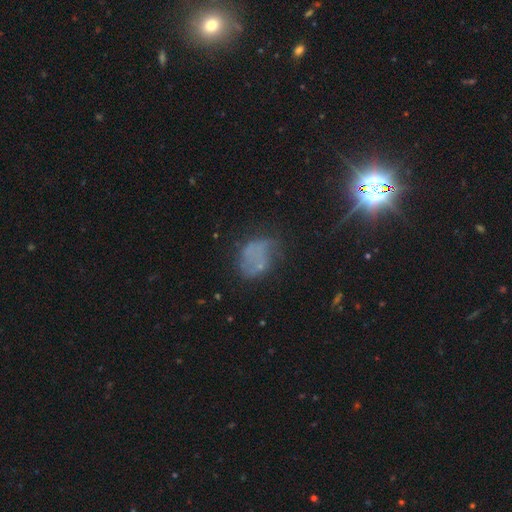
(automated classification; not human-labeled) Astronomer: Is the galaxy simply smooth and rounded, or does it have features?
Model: smooth — 40% (runner-up: featured or disk, 34%).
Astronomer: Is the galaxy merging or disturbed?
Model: none — 46% (runner-up: minor disturbance, 25%).